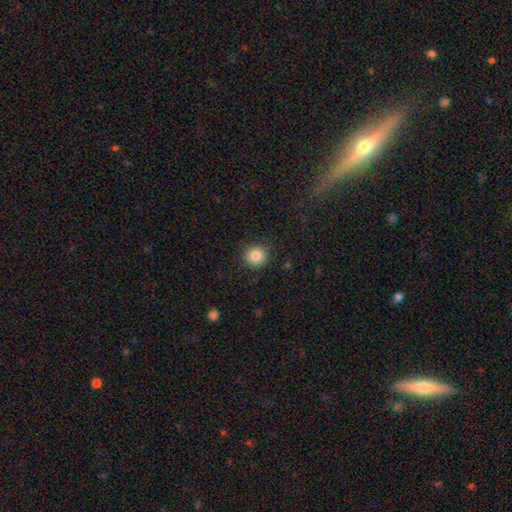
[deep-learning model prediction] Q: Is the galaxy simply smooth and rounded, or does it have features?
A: smooth — 84%.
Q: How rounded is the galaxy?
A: round — 90%.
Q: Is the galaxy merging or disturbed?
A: none — 88%.